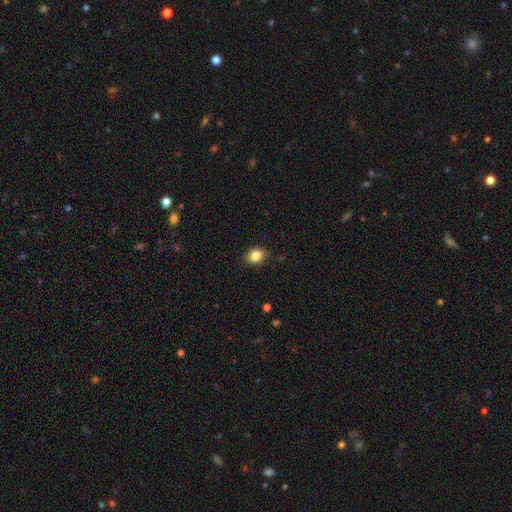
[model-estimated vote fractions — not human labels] Q: Smooth or featured?
A: smooth (84%); runner-up: star or artifact (10%)
Q: How rounded?
A: round (54%); runner-up: in between (45%)
Q: Merging?
A: none (88%); runner-up: minor disturbance (9%)